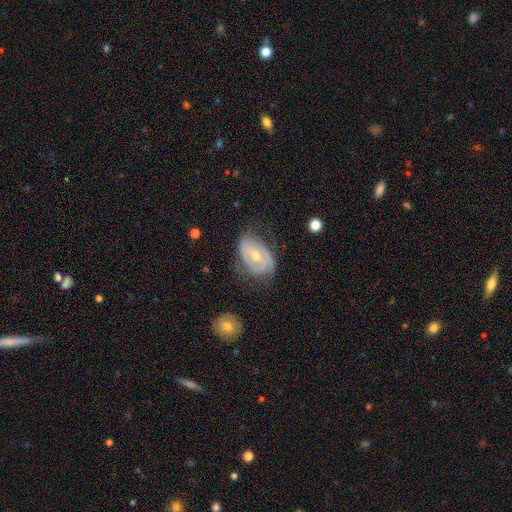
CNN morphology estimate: Smooth or featured? Predicted: featured or disk (p=0.75). Edge-on disk? Predicted: no (p=0.95). Bar? Predicted: no (p=0.59). Spiral arms? Predicted: yes (p=0.80). Spiral winding? Predicted: tight (p=0.51). Spiral arm count? Predicted: 2 (p=0.52). Bulge size? Predicted: moderate (p=0.58). Merging? Predicted: none (p=0.52).